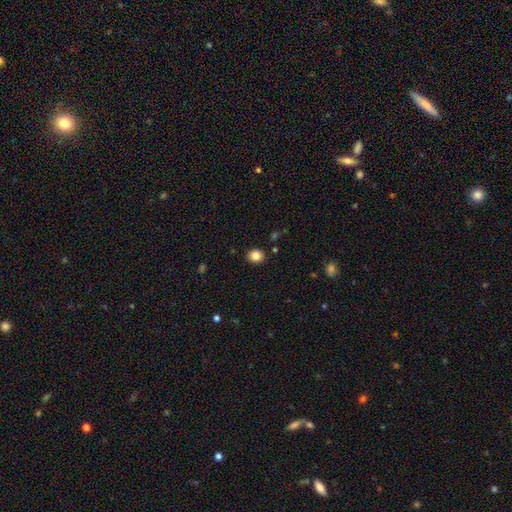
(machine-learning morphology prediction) A smooth galaxy with no disk features (84%) that is round (65%).

Vote fractions:
- Smooth or featured? smooth: 84% / star or artifact: 10% / featured or disk: 6%
- How rounded? round: 65% / in between: 34% / cigar-shaped: 1%
- Merging? none: 90% / minor disturbance: 7% / major disturbance: 2% / merger: 1%